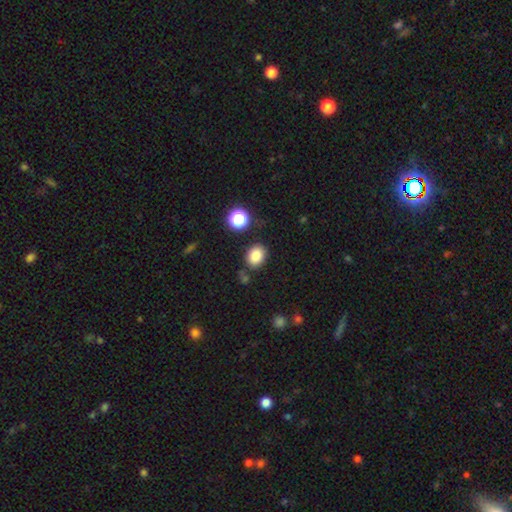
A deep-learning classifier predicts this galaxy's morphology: The model was most divided on "how rounded": in between: 55%, round: 44%, cigar-shaped: 1%. More confident: smooth or featured — smooth (84%); merging — none (78%).